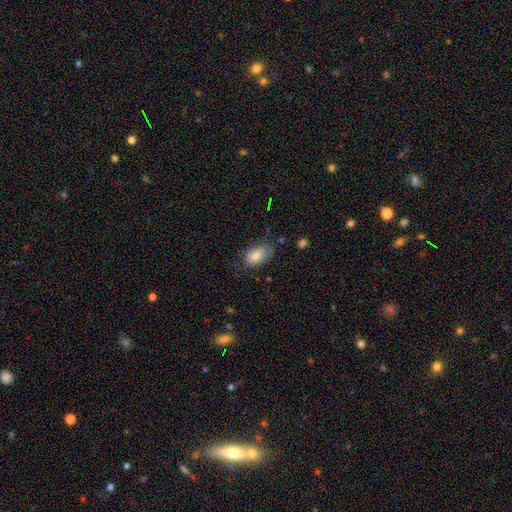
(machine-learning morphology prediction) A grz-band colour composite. It shows a smooth galaxy with no disk features (81%) that is in between round and cigar-shaped (90%). Merging: none (64%).